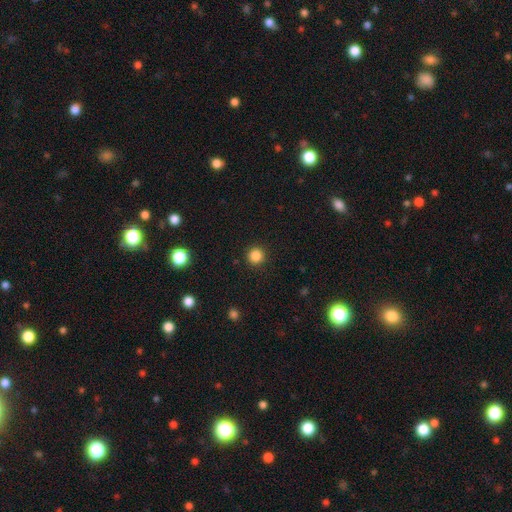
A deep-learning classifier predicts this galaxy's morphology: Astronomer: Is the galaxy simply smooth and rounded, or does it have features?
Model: smooth — 85%.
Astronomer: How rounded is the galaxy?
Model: round — 95%.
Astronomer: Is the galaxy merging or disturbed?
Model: none — 92%.